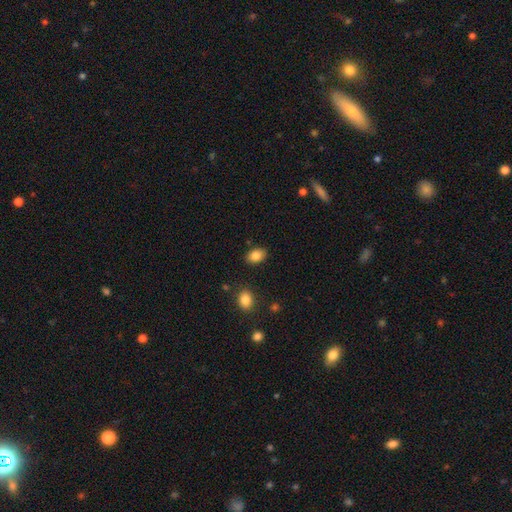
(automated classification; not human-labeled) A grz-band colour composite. It shows a smooth galaxy with no disk features (84%) that is in between round and cigar-shaped (82%). Merging: none (85%).